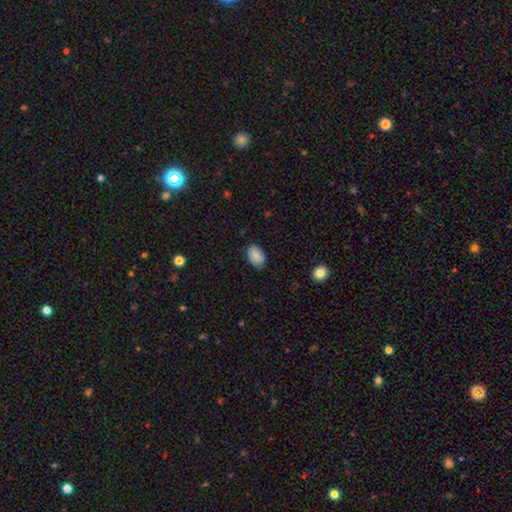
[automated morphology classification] A smooth galaxy with no disk features (87%) that is in between round and cigar-shaped (88%). Merging: none (81%).